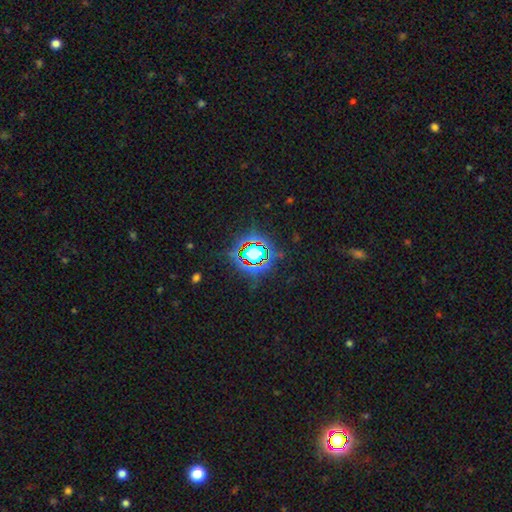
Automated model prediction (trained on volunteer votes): Q: Smooth or featured?
A: star or artifact (79%); runner-up: smooth (13%)